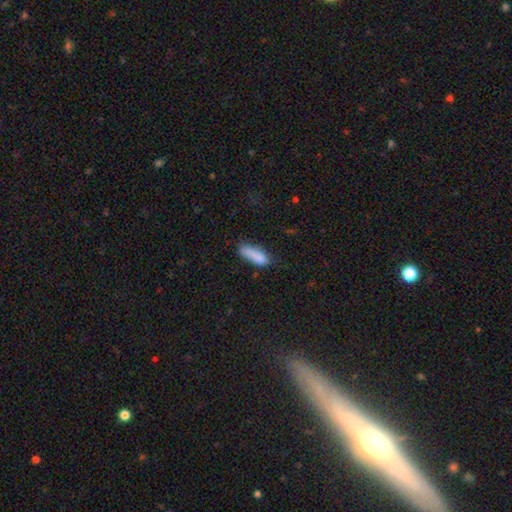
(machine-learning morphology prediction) A smooth galaxy with no disk features (85%) that is in between round and cigar-shaped (56%).

Vote fractions:
- Smooth or featured? smooth: 85% / featured or disk: 8% / star or artifact: 7%
- How rounded? in between: 56% / cigar-shaped: 42% / round: 2%
- Merging? none: 59% / minor disturbance: 28% / major disturbance: 9% / merger: 4%